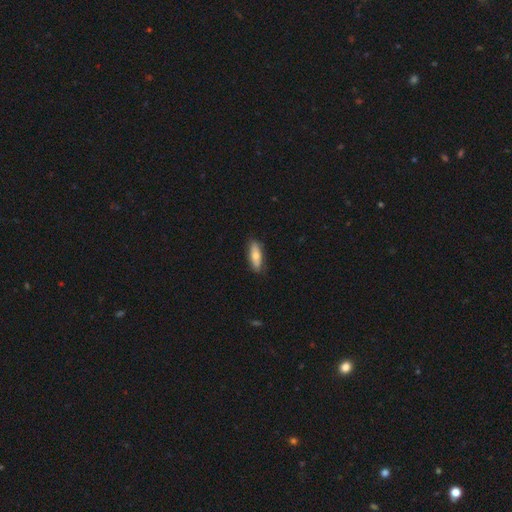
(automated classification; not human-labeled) smooth 65%, featured or disk 29%, star or artifact 6%. Down the decision tree: how rounded — in between (62%); merging — none (83%).